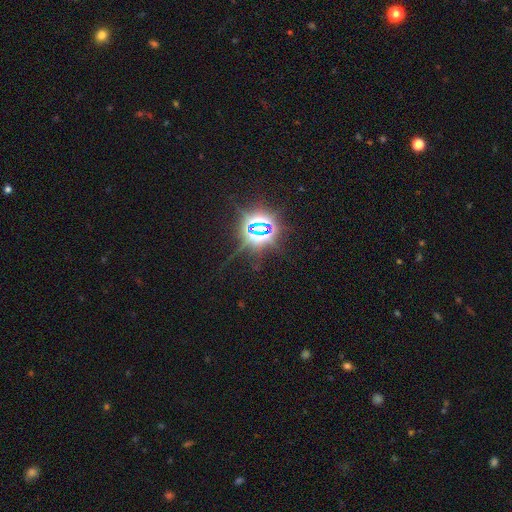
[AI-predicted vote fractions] Smooth or featured?
  - star or artifact: 84% *
  - smooth: 9%
  - featured or disk: 6%